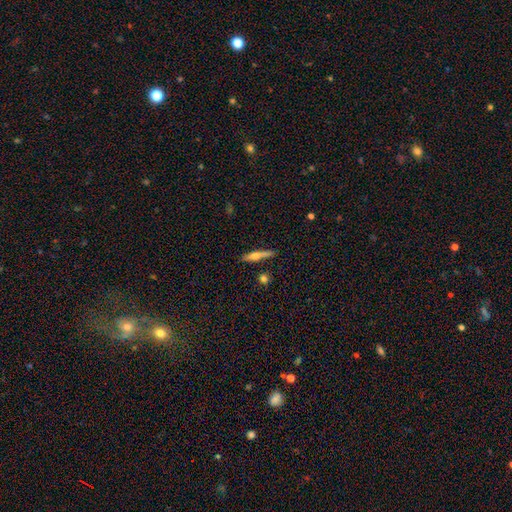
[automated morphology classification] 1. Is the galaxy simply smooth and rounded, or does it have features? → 50% featured or disk, 43% smooth, 7% star or artifact.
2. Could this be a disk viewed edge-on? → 95% yes, 5% no.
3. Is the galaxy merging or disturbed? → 80% none, 12% minor disturbance, 5% merger, 3% major disturbance.